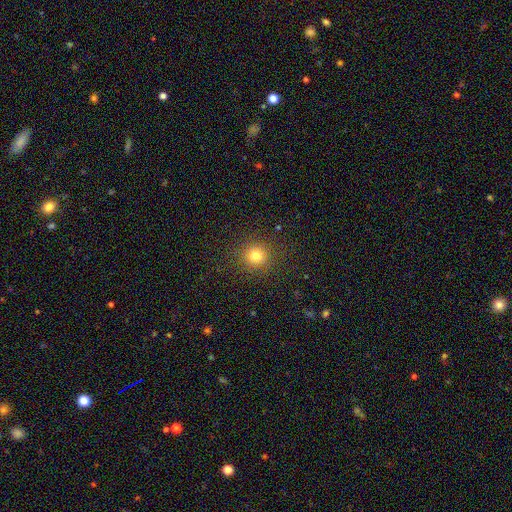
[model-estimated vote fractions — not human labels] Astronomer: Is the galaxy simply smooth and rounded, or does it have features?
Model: smooth — 79%.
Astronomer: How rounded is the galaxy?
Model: round — 92%.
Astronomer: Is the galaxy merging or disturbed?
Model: none — 89%.